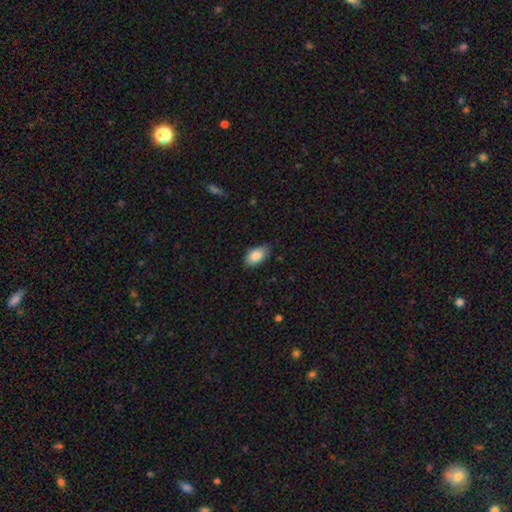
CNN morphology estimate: The model was most divided on "merging": none: 78%, minor disturbance: 18%, major disturbance: 3%, merger: 1%. More confident: how rounded — in between (93%); smooth or featured — smooth (84%).